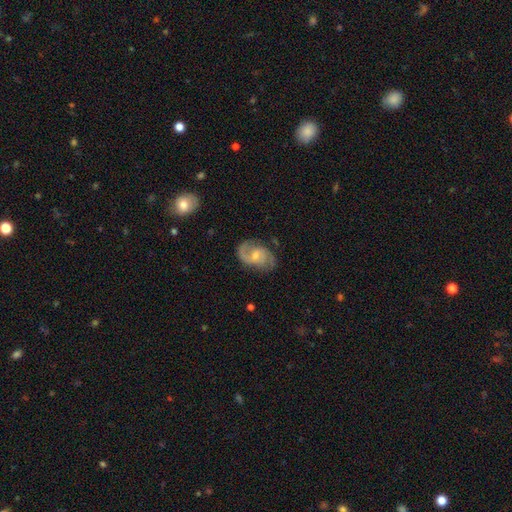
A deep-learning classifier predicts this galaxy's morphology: The model was most divided on "bar": weak: 50%, no: 42%, strong: 8%. Remaining: edge-on disk — no (97%); spiral arms — yes (95%); spiral arm count — 2 (85%); smooth or featured — featured or disk (82%); merging — none (73%); spiral winding — medium (53%); bulge size — small (50%).